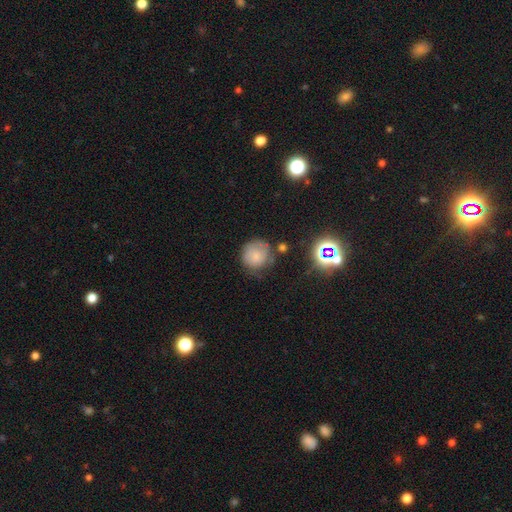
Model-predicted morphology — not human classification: This appears to be a smooth galaxy with no disk features (69%) that is round (88%). Merging: none (58%).